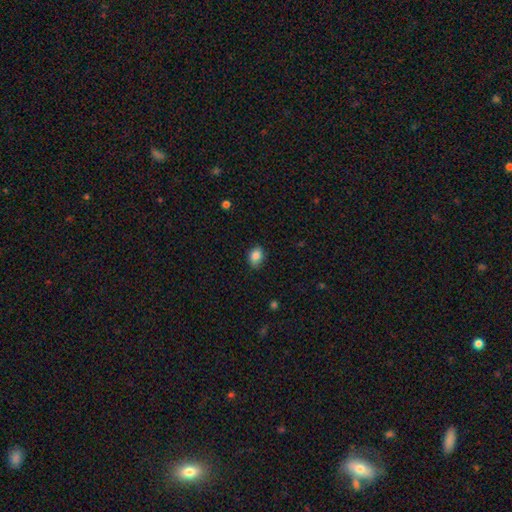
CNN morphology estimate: This appears to be a smooth galaxy with no disk features (86%) that is in between round and cigar-shaped (70%). Merging: none (81%).